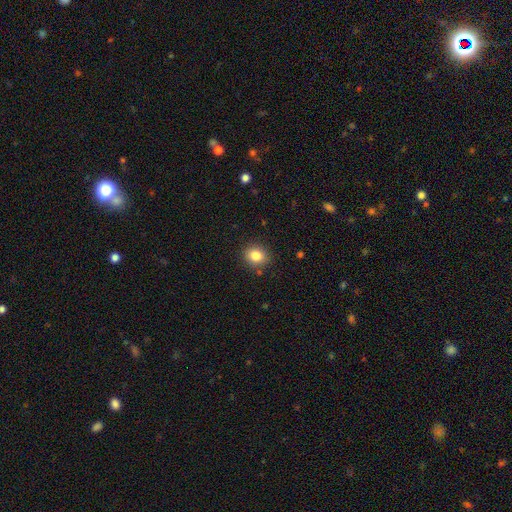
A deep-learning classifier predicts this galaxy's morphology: smooth_or_featured: smooth (p=0.83) [alt: star or artifact p=0.11]
how_rounded: round (p=0.69) [alt: in between p=0.30]
merging: none (p=0.87) [alt: minor disturbance p=0.08]